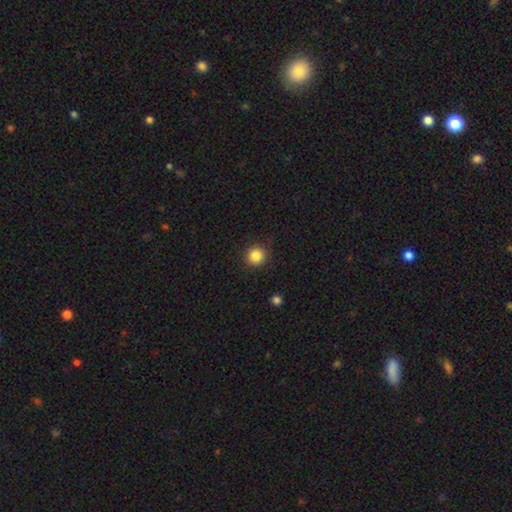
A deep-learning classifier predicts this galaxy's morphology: Smooth or featured? smooth (85%)
How rounded? round (93%)
Merging? none (88%)